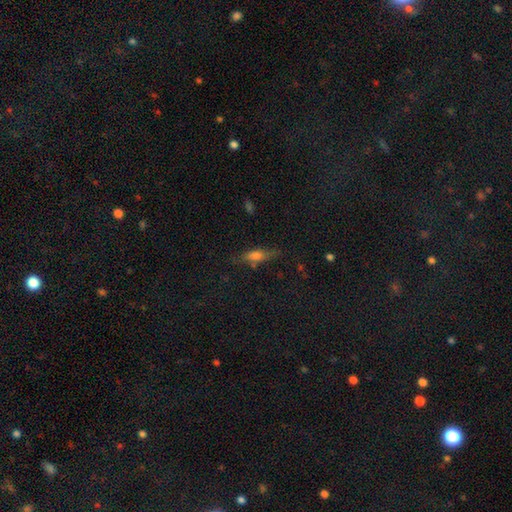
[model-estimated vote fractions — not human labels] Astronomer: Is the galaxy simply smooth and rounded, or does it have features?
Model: smooth — 53% (runner-up: featured or disk, 34%).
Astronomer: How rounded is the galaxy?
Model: cigar-shaped — 52% (runner-up: in between, 44%).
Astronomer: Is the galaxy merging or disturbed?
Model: none — 70%.